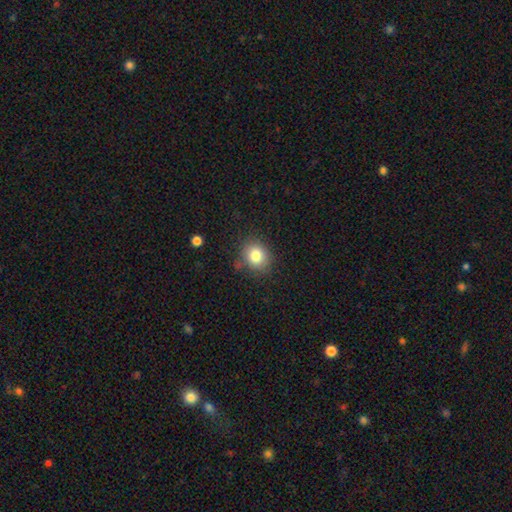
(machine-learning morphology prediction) type=smooth (81%); roundness=round (68%); merging=none (82%).